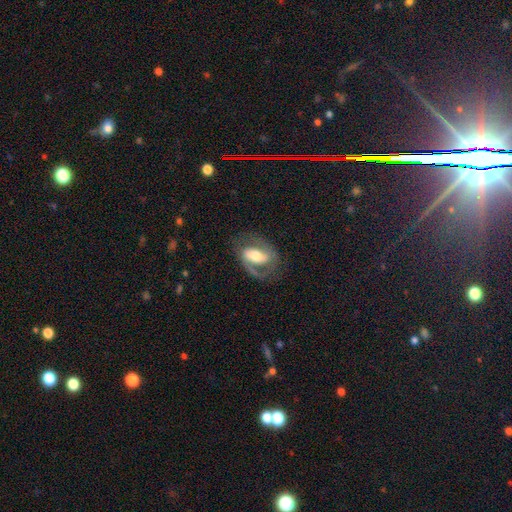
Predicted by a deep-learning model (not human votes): smooth-or-featured: featured or disk: 76% | smooth: 19% | star or artifact: 6%
  disk-edge-on: no: 95% | yes: 5%
    bar: strong: 43% | weak: 34% | no: 24%
    has-spiral-arms: yes: 84% | no: 16%
      spiral-winding: medium: 50% | tight: 28% | loose: 22%
      spiral-arm-count: 2: 77% | 1: 14% | can't tell: 6% | 3: 1% | 4: 1% | more than 4: 1%
    bulge-size: moderate: 61% | small: 18% | large: 17% | dominant: 2% | none: 1%
  merging: none: 68% | minor disturbance: 17% | major disturbance: 13% | merger: 1%